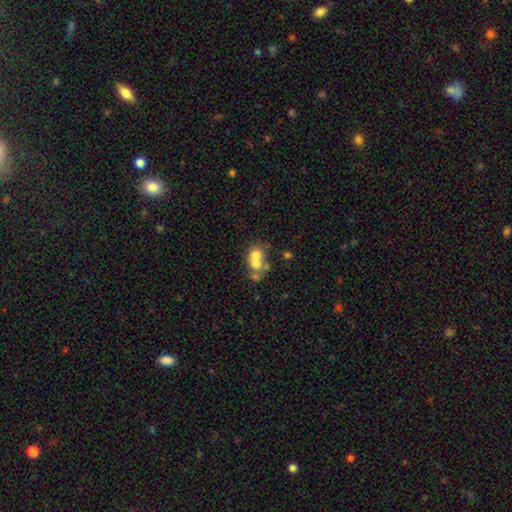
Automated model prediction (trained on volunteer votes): Morphology: type=smooth (61%); roundness=round (65%); merging=merger (62%).